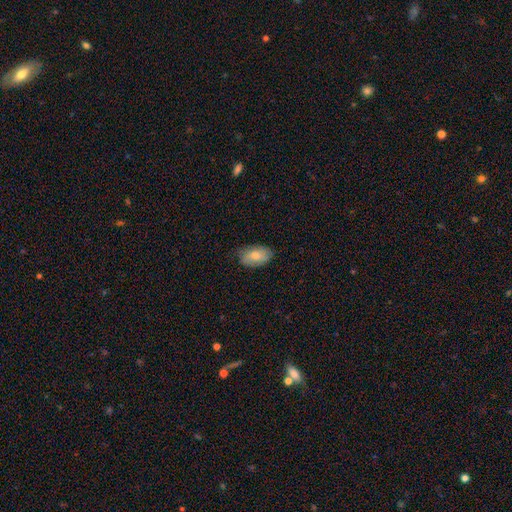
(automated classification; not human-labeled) A smooth galaxy with no disk features (75%) that is in between round and cigar-shaped (93%).

Vote fractions:
- Smooth or featured? smooth: 75% / featured or disk: 18% / star or artifact: 6%
- How rounded? in between: 93% / round: 6% / cigar-shaped: 2%
- Merging? none: 78% / minor disturbance: 18% / major disturbance: 3% / merger: 1%